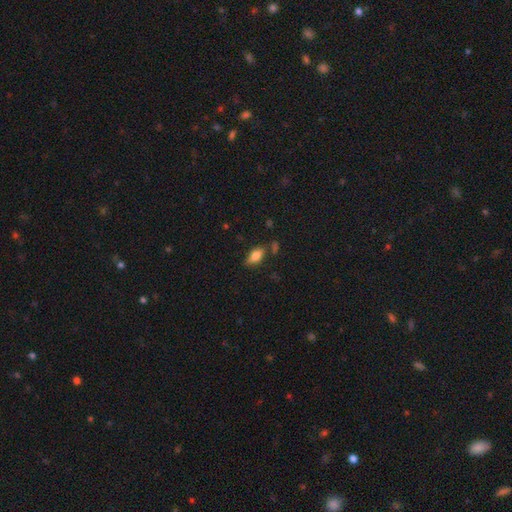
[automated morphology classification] Smooth or featured?
  - smooth: 79% *
  - featured or disk: 12%
  - star or artifact: 8%
How rounded?
  - in between: 88% *
  - cigar-shaped: 8%
  - round: 4%
Merging?
  - none: 70% *
  - minor disturbance: 18%
  - merger: 7%
  - major disturbance: 5%